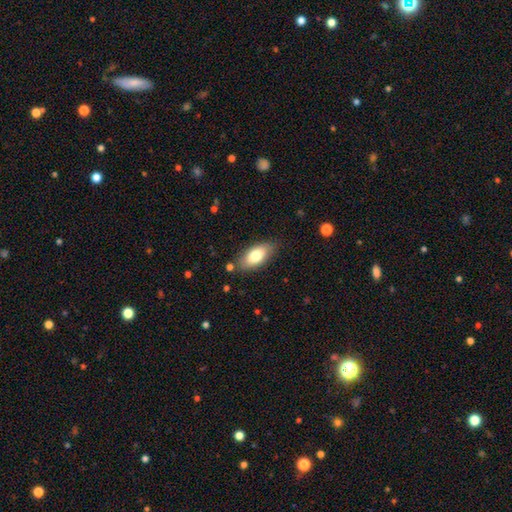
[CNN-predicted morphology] Overall: smooth (76%). How rounded: in between (90%). Merging: none (81%).